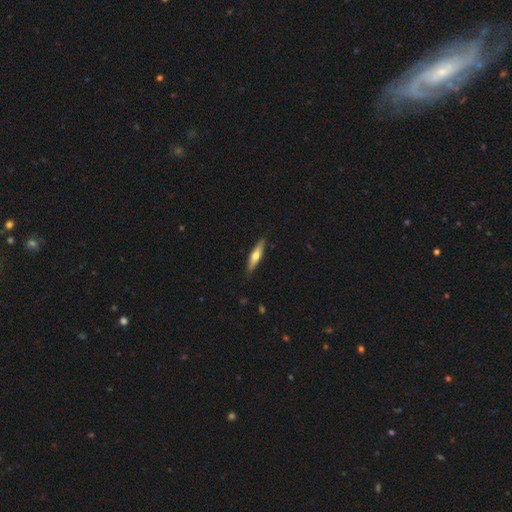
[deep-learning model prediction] Smooth or featured?
  - smooth: 48% *
  - featured or disk: 46%
  - star or artifact: 5%
Merging?
  - none: 88% *
  - minor disturbance: 10%
  - major disturbance: 2%
  - merger: 1%